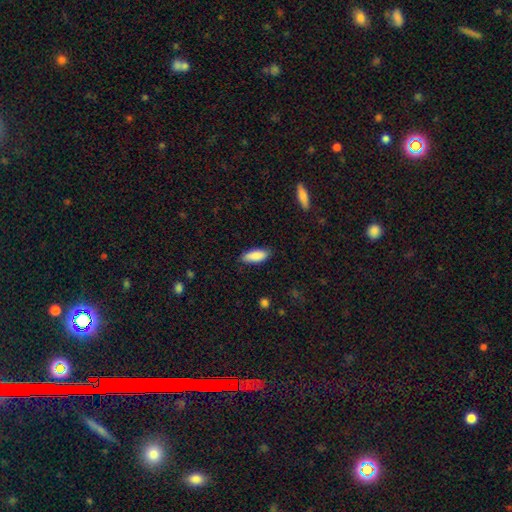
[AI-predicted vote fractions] Overall: smooth (88%). How rounded: in between (78%). Merging: none (83%).